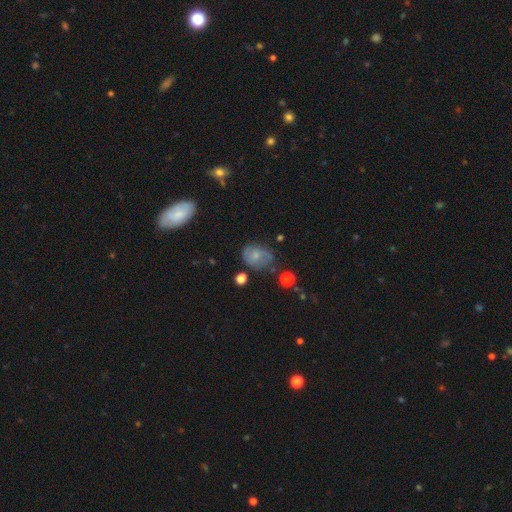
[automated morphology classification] This appears to be a smooth galaxy with no disk features (53%) that is in between round and cigar-shaped (61%). Merging: none (50%).